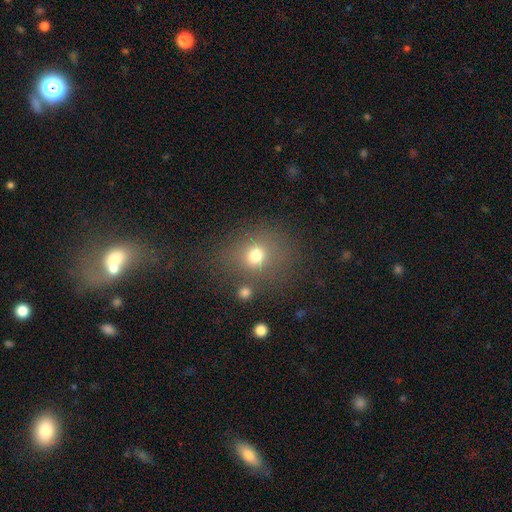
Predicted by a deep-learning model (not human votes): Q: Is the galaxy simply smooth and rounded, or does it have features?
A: smooth — 72%.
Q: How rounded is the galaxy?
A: round — 68%.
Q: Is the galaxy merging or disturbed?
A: none — 71%.